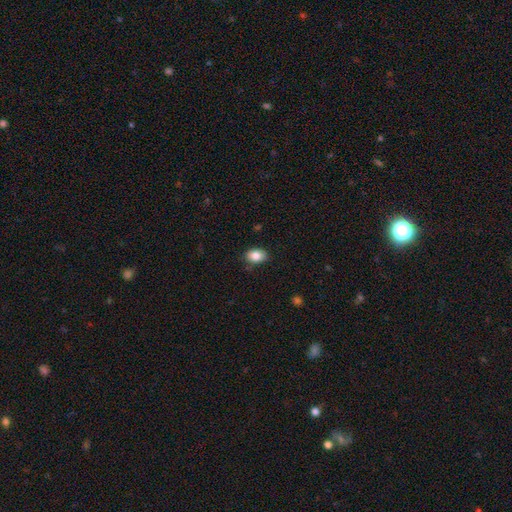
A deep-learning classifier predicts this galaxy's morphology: Q: Smooth or featured?
A: smooth (85%); runner-up: star or artifact (8%)
Q: How rounded?
A: in between (80%); runner-up: round (19%)
Q: Merging?
A: none (82%); runner-up: minor disturbance (14%)